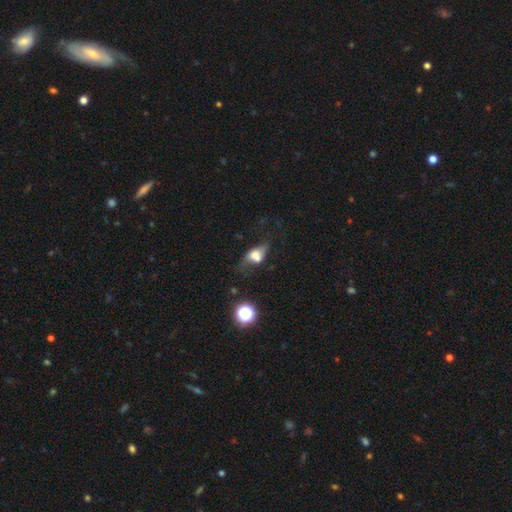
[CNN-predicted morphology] This is possibly a smooth galaxy (53%). How rounded: likely in between (70%). Merging: marginally none (35%).